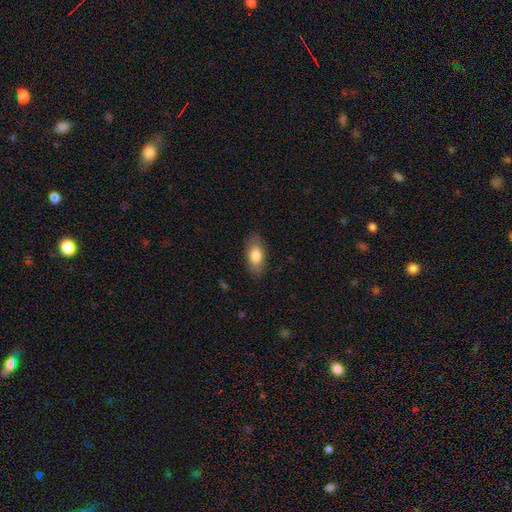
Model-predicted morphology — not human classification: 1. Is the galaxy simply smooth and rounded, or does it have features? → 81% smooth, 13% featured or disk, 6% star or artifact.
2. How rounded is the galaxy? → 87% in between, 9% cigar-shaped, 4% round.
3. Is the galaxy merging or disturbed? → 84% none, 12% minor disturbance, 3% major disturbance, 1% merger.